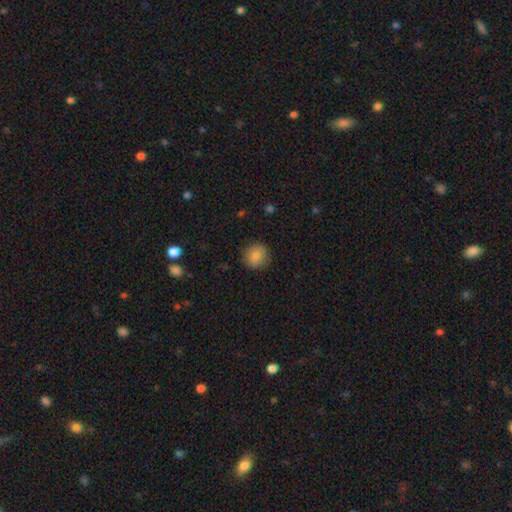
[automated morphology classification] A smooth galaxy with no disk features (85%) that is round (90%). Merging: none (87%).